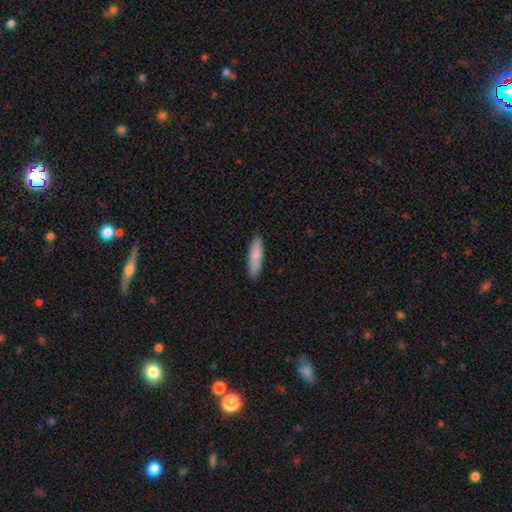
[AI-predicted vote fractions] Smooth or featured? smooth (83%)
How rounded? cigar-shaped (73%)
Merging? none (89%)